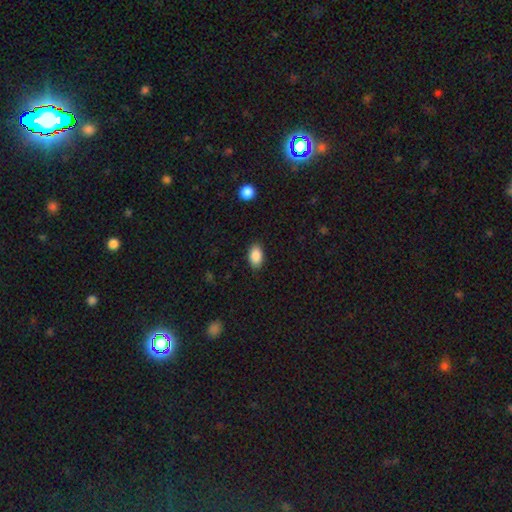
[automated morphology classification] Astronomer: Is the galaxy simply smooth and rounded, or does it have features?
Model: smooth — 89%.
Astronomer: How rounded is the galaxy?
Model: in between — 92%.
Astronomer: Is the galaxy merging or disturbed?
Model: none — 87%.